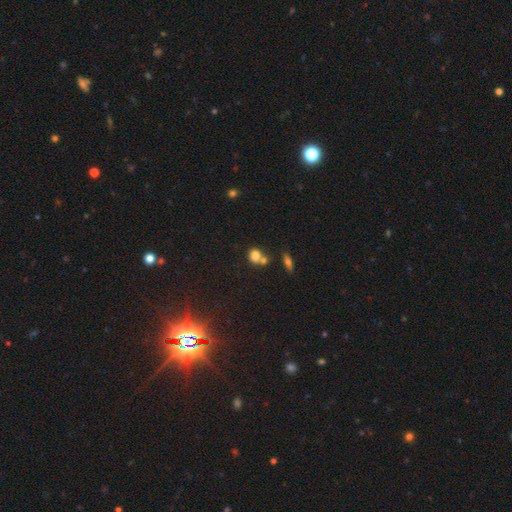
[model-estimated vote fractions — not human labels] smooth-or-featured: smooth: 78% | star or artifact: 12% | featured or disk: 10%
  how-rounded: round: 61% | in between: 37% | cigar-shaped: 2%
  merging: none: 45% | merger: 39% | minor disturbance: 11% | major disturbance: 4%